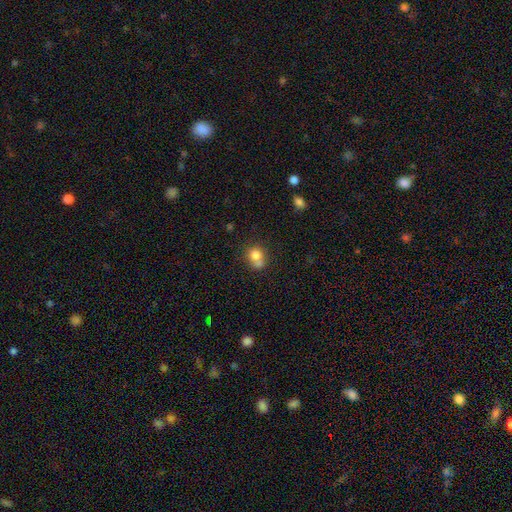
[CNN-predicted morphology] This appears to be a smooth galaxy with no disk features (78%) that is round (73%). Merging: none (42%).